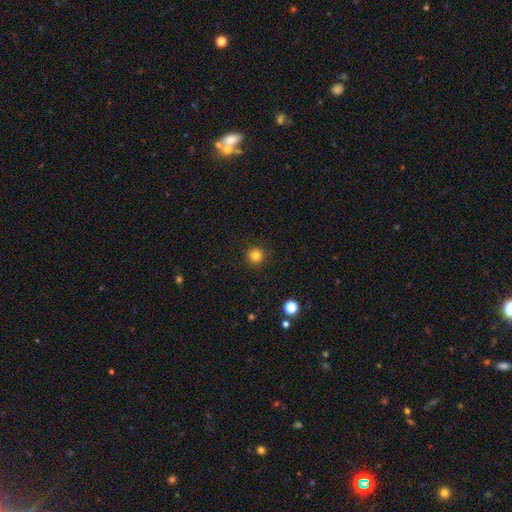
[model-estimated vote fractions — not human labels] Smooth or featured? smooth (83%)
How rounded? round (95%)
Merging? none (92%)